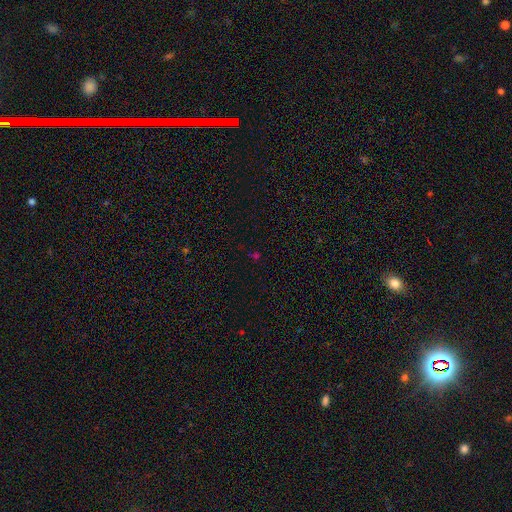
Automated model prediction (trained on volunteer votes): The model was most divided on "smooth or featured": star or artifact: 60%, smooth: 33%, featured or disk: 8%.